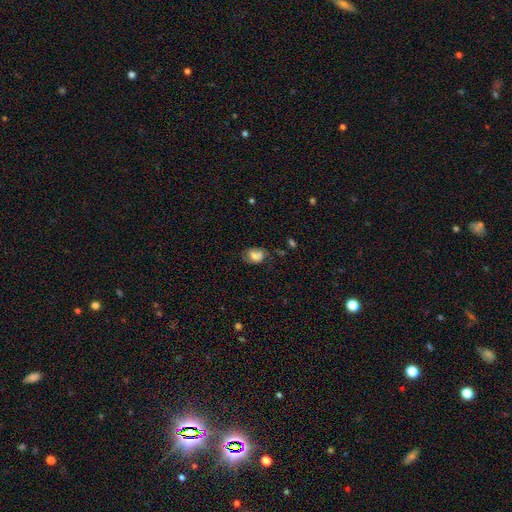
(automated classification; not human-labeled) Smooth or featured? smooth (64%)
How rounded? in between (70%)
Merging? none (51%)